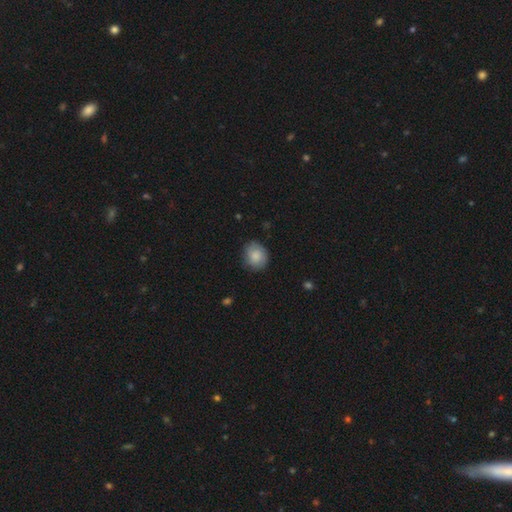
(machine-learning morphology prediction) smooth_or_featured: smooth (p=0.78) [alt: featured or disk p=0.15]
how_rounded: round (p=0.61) [alt: in between p=0.38]
merging: none (p=0.78) [alt: minor disturbance p=0.17]